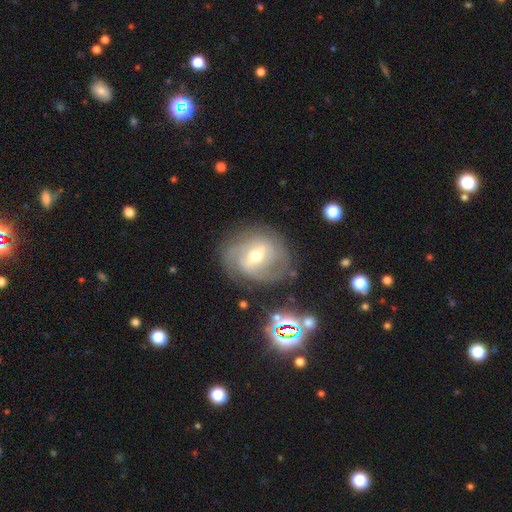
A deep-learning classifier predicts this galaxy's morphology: A featured or disk galaxy (75%) with a weak bar (49%), 2 (49%) tight (45%) spiral arms (86%) and a moderate central bulge (69%). Merging: none (71%).